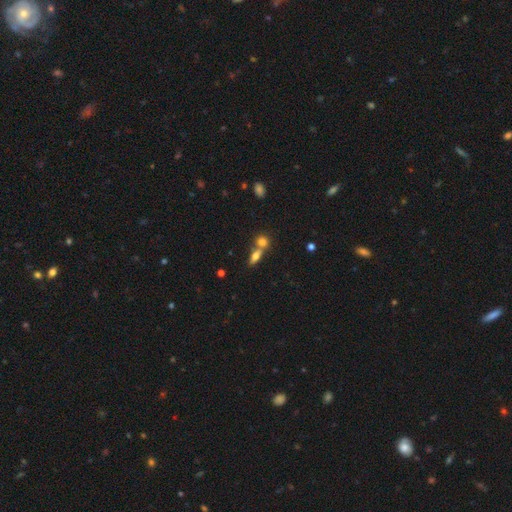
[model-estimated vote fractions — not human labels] Smooth or featured? smooth (72%)
How rounded? in between (66%)
Merging? merger (52%)